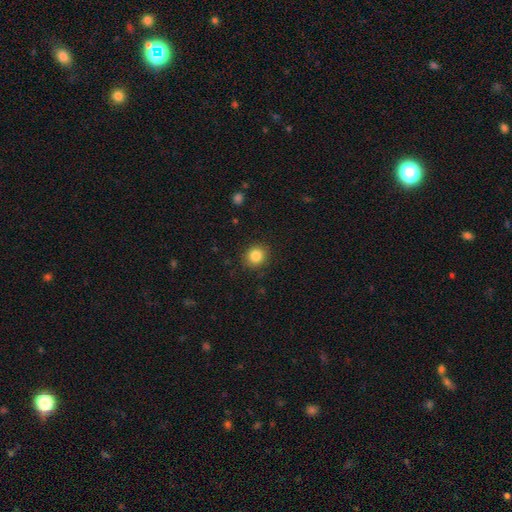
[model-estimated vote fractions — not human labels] Smooth or featured: smooth — 85% (star or artifact — 10%)
How rounded: round — 84% (in between — 15%)
Merging: none — 88% (minor disturbance — 8%)